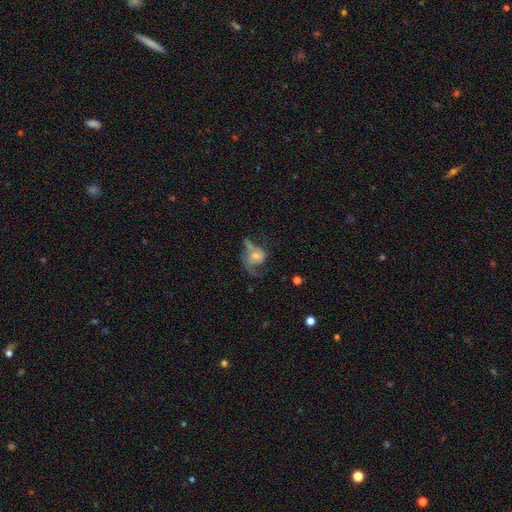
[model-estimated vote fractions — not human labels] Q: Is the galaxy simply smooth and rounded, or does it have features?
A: featured or disk — 61%.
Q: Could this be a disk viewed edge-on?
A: no — 97%.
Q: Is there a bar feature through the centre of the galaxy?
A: no — 72%.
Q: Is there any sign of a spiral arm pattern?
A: yes — 74%.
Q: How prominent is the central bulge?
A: moderate — 45%.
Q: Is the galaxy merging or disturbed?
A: major disturbance — 44%.